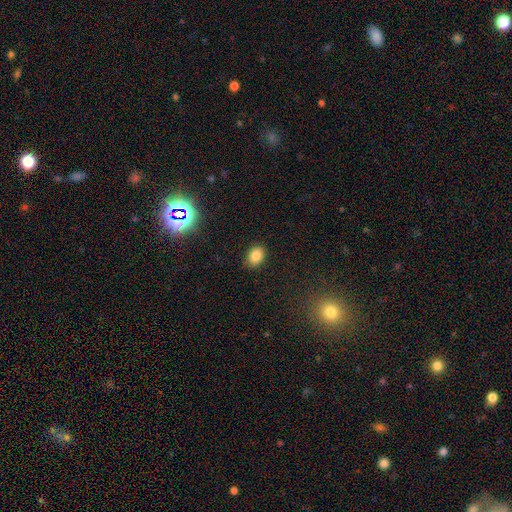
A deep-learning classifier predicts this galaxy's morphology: Q: Smooth or featured?
A: smooth (83%); runner-up: star or artifact (11%)
Q: How rounded?
A: in between (68%); runner-up: round (31%)
Q: Merging?
A: none (84%); runner-up: minor disturbance (12%)